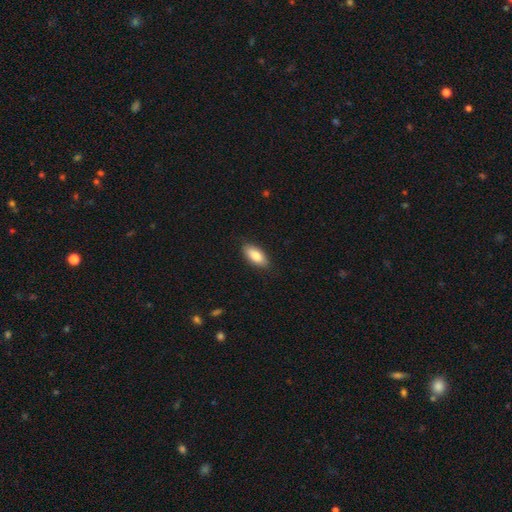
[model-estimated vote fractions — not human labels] Smooth or featured: smooth — 82% (featured or disk — 12%)
How rounded: in between — 87% (cigar-shaped — 10%)
Merging: none — 87% (minor disturbance — 10%)